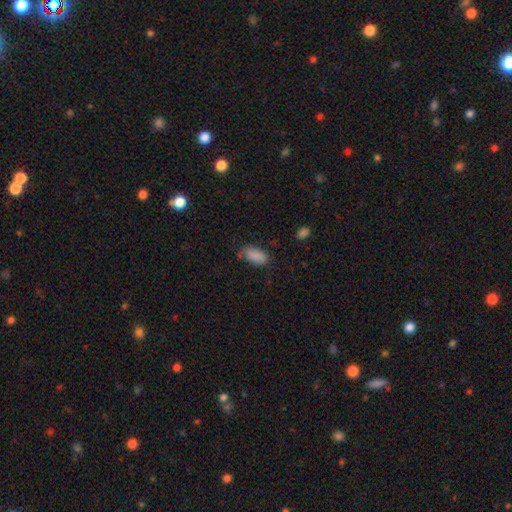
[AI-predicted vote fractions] Smooth or featured?
  - smooth: 87% *
  - star or artifact: 8%
  - featured or disk: 5%
How rounded?
  - in between: 92% *
  - cigar-shaped: 5%
  - round: 3%
Merging?
  - none: 66% *
  - minor disturbance: 25%
  - major disturbance: 7%
  - merger: 3%